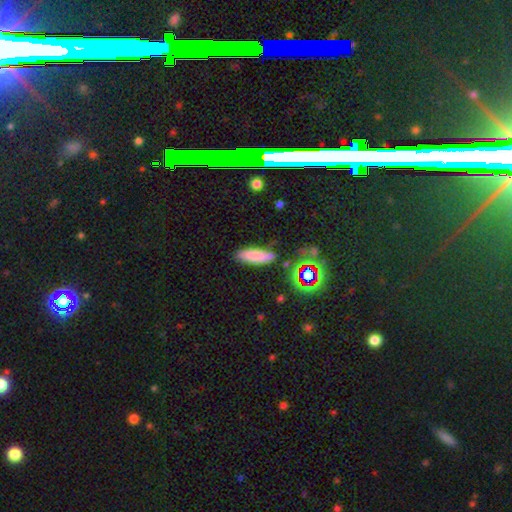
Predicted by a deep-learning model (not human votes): Smooth or featured? Predicted: smooth (p=0.77). How rounded? Predicted: cigar-shaped (p=0.51). Merging? Predicted: none (p=0.76).